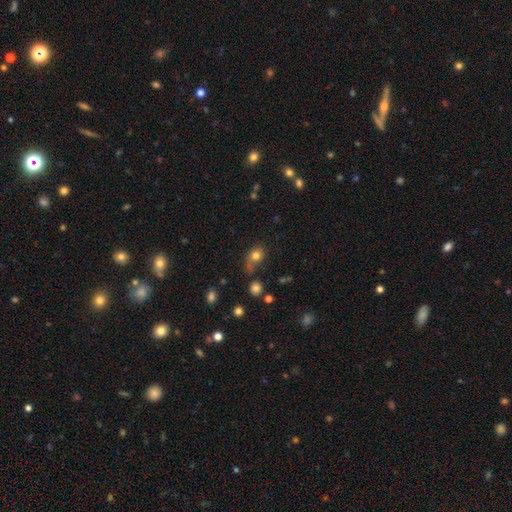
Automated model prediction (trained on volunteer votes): Smooth or featured: smooth — 79% (star or artifact — 12%)
How rounded: round — 63% (in between — 36%)
Merging: none — 51% (minor disturbance — 21%)